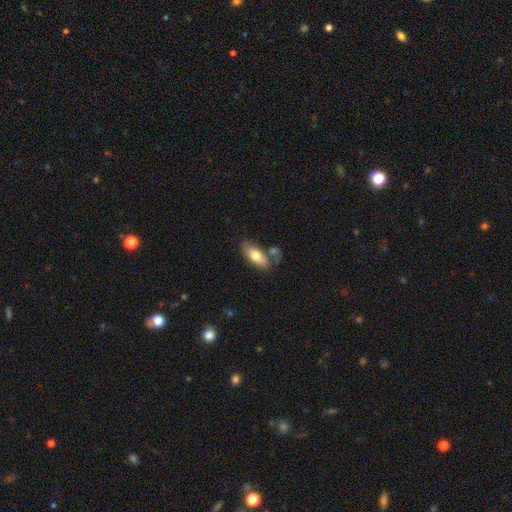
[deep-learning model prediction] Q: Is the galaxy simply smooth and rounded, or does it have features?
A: smooth — 70%.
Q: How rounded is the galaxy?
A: in between — 82%.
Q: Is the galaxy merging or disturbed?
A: none — 63%.